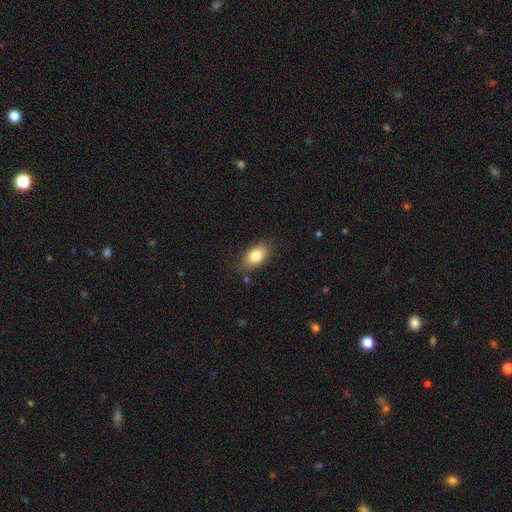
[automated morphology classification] Smooth or featured? Predicted: smooth (p=0.83). How rounded? Predicted: in between (p=0.90). Merging? Predicted: none (p=0.81).